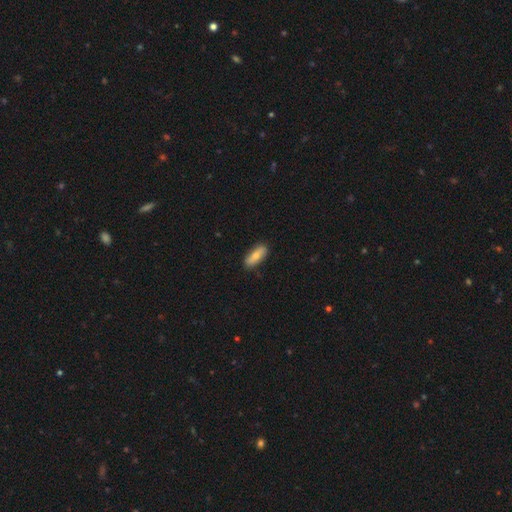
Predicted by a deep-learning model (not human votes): This is likely a smooth galaxy (71%). How rounded: likely in between (67%). Merging: clearly none (86%).